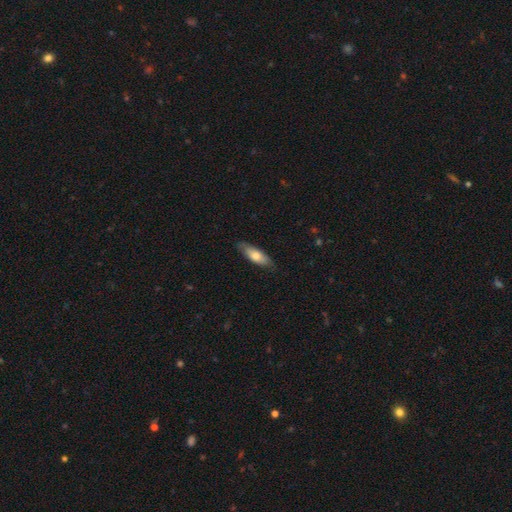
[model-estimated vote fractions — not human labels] Overall: smooth (69%). How rounded: in between (61%; cigar-shaped 37%). Merging: none (79%).